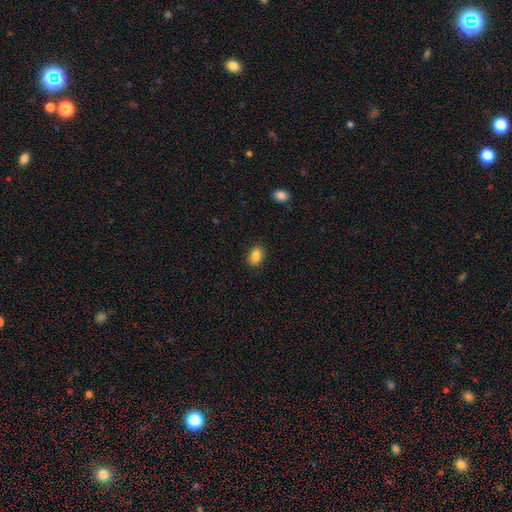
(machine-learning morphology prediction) type=smooth (87%); roundness=in between (85%); merging=none (87%).